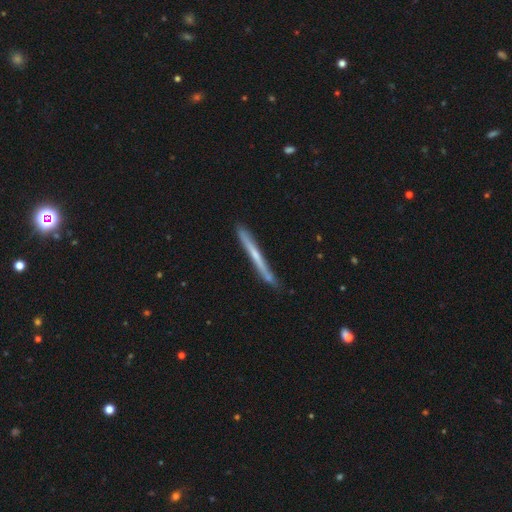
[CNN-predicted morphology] Smooth or featured? Predicted: featured or disk (p=0.56). Edge-on disk? Predicted: yes (p=0.95). Edge-on bulge? Predicted: none (p=0.72). Merging? Predicted: none (p=0.81).